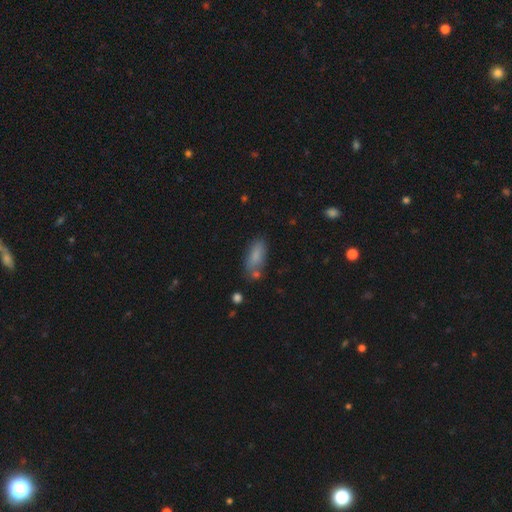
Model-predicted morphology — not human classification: Overall: smooth (82%). How rounded: in between (79%). Merging: none (65%).